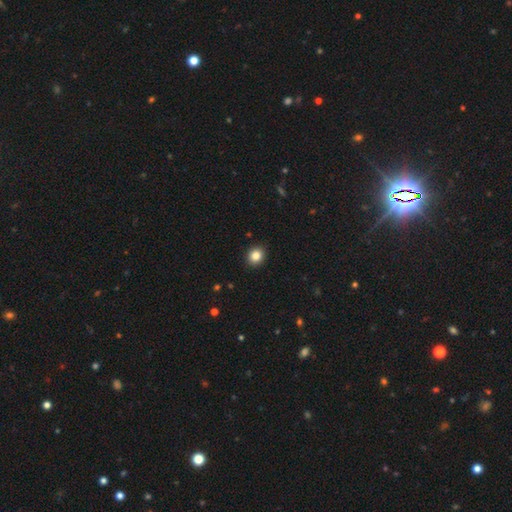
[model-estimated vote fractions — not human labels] Smooth or featured?
  - smooth: 85% *
  - star or artifact: 10%
  - featured or disk: 5%
How rounded?
  - round: 75% *
  - in between: 24%
  - cigar-shaped: 1%
Merging?
  - none: 92% *
  - minor disturbance: 6%
  - major disturbance: 2%
  - merger: 1%